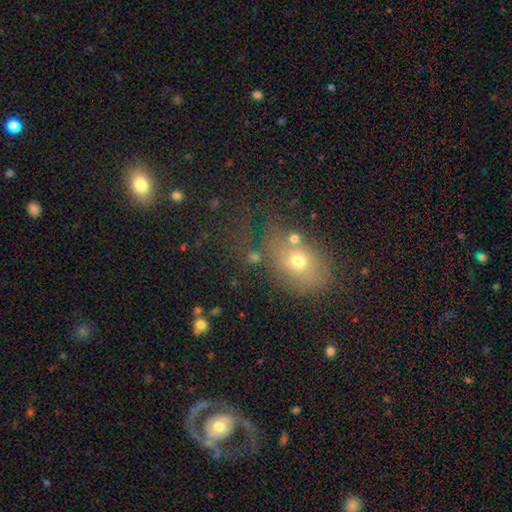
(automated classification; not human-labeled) smooth-or-featured: smooth: 60% | star or artifact: 21% | featured or disk: 19%
  how-rounded: in between: 61% | round: 36% | cigar-shaped: 3%
  merging: none: 48% | minor disturbance: 19% | major disturbance: 19% | merger: 15%